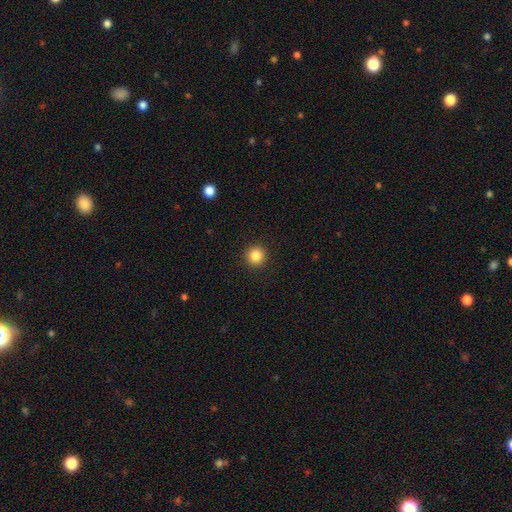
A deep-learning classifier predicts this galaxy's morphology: Smooth or featured? Predicted: smooth (p=0.85). How rounded? Predicted: round (p=0.95). Merging? Predicted: none (p=0.93).